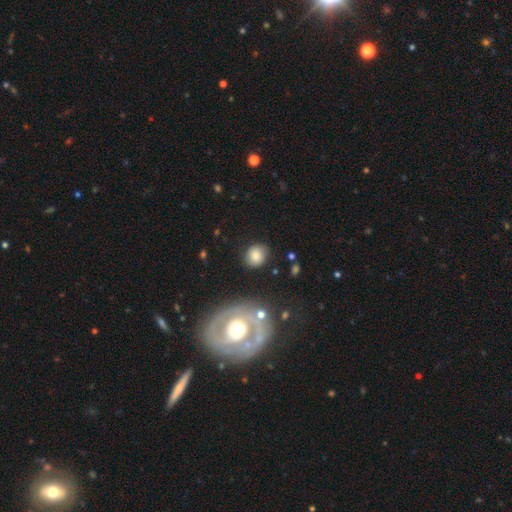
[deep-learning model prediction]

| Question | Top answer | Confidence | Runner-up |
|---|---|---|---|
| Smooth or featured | smooth | 78% | featured or disk (11%) |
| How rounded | round | 71% | in between (28%) |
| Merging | none | 82% | minor disturbance (12%) |